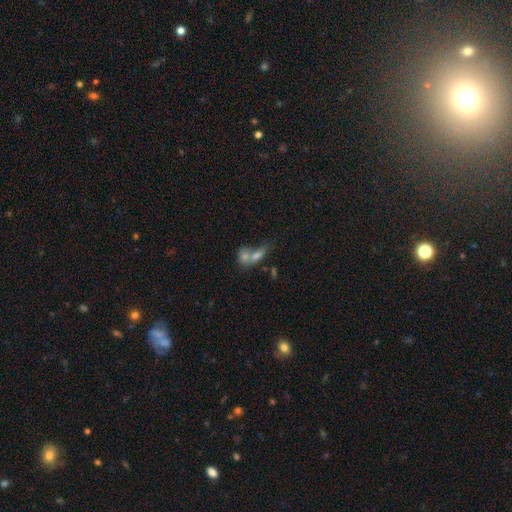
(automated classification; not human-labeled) Smooth or featured? smooth (71%)
How rounded? in between (72%)
Merging? merger (65%)